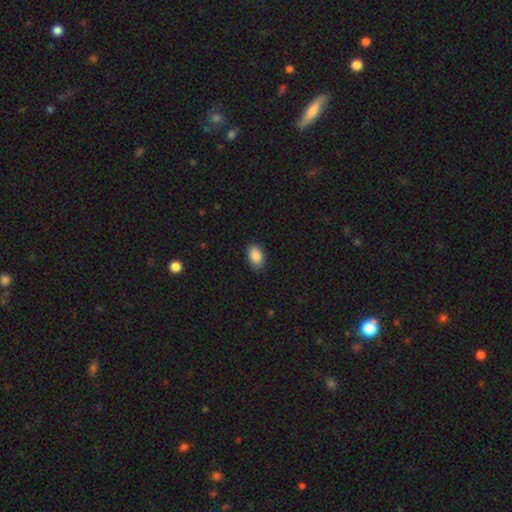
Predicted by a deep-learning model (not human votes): Smooth or featured?
  - smooth: 89% *
  - star or artifact: 7%
  - featured or disk: 3%
How rounded?
  - in between: 89% *
  - round: 10%
  - cigar-shaped: 1%
Merging?
  - none: 85% *
  - minor disturbance: 12%
  - major disturbance: 2%
  - merger: 1%